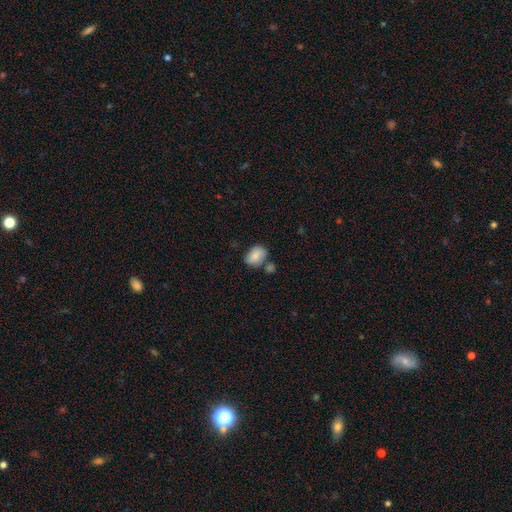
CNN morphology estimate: The model was most divided on "merging": none: 53%, merger: 21%, minor disturbance: 20%, major disturbance: 6%. More confident: smooth or featured — smooth (80%); how rounded — in between (71%).